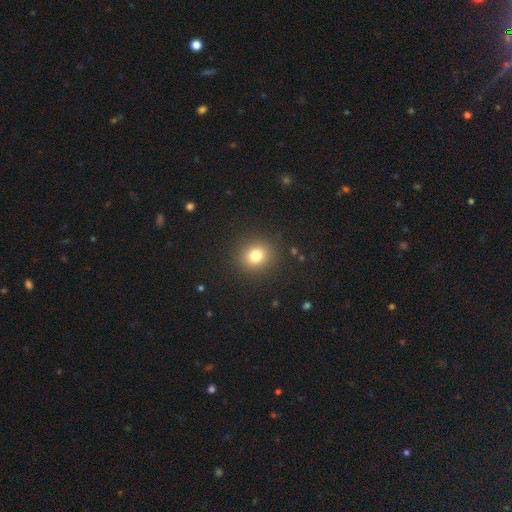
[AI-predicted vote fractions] smooth 79%, star or artifact 13%, featured or disk 8%. Down the decision tree: how rounded — round (83%); merging — none (90%).